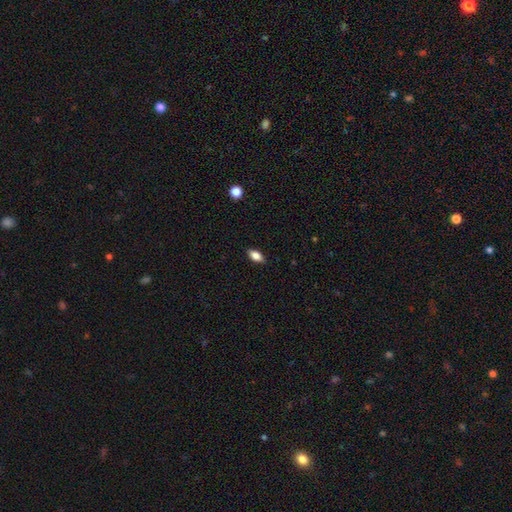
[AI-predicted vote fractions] A smooth galaxy with no disk features (79%) that is in between round and cigar-shaped (87%).

Vote fractions:
- Smooth or featured? smooth: 79% / featured or disk: 13% / star or artifact: 8%
- How rounded? in between: 87% / cigar-shaped: 8% / round: 4%
- Merging? none: 88% / minor disturbance: 9% / major disturbance: 2% / merger: 1%